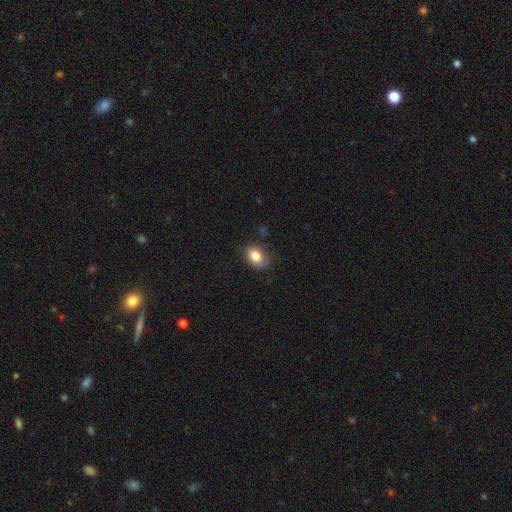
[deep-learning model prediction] Q: Smooth or featured?
A: smooth (84%); runner-up: star or artifact (8%)
Q: How rounded?
A: in between (75%); runner-up: round (24%)
Q: Merging?
A: none (77%); runner-up: minor disturbance (18%)